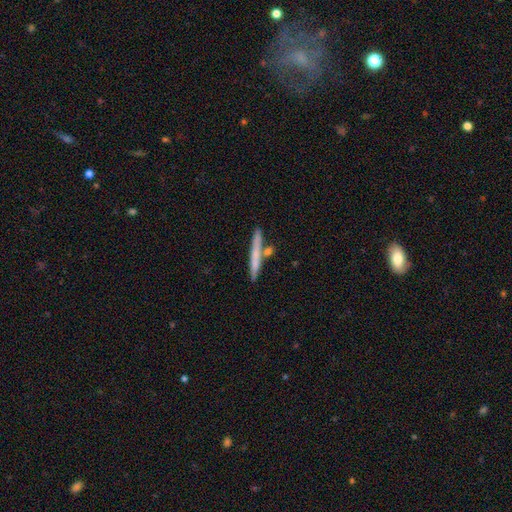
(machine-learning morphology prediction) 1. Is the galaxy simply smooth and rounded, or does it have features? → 58% smooth, 36% featured or disk, 6% star or artifact.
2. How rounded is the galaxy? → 95% cigar-shaped, 3% in between, 2% round.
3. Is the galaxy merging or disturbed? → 77% none, 11% minor disturbance, 10% merger, 2% major disturbance.